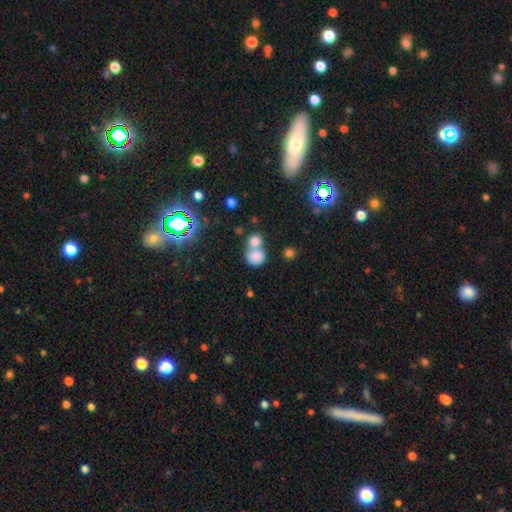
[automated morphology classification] The model was most divided on "merging": merger: 53%, none: 36%, minor disturbance: 8%, major disturbance: 4%. More confident: smooth or featured — smooth (79%); how rounded — round (77%).